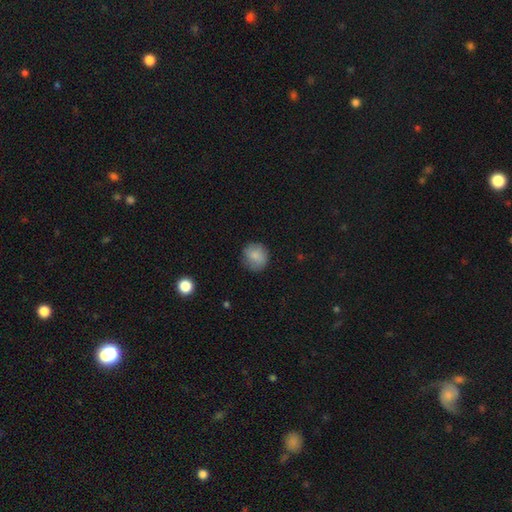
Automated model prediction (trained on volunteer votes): Smooth or featured: smooth — 83% (featured or disk — 9%)
How rounded: round — 88% (in between — 11%)
Merging: none — 82% (minor disturbance — 14%)